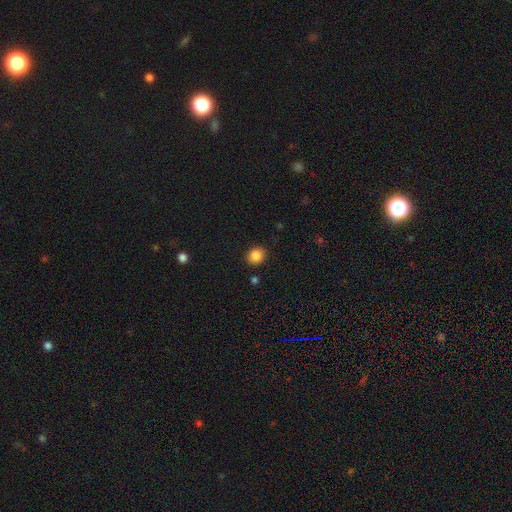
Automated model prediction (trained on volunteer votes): Overall: smooth (86%). How rounded: round (78%). Merging: none (89%).